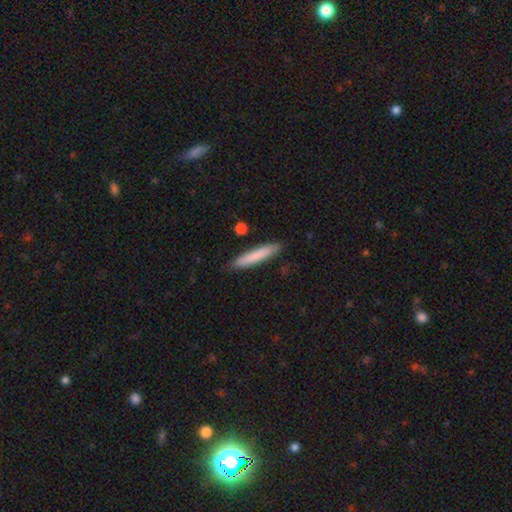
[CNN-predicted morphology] Q: Smooth or featured?
A: smooth (79%); runner-up: featured or disk (15%)
Q: How rounded?
A: cigar-shaped (93%); runner-up: in between (6%)
Q: Merging?
A: none (87%); runner-up: minor disturbance (9%)